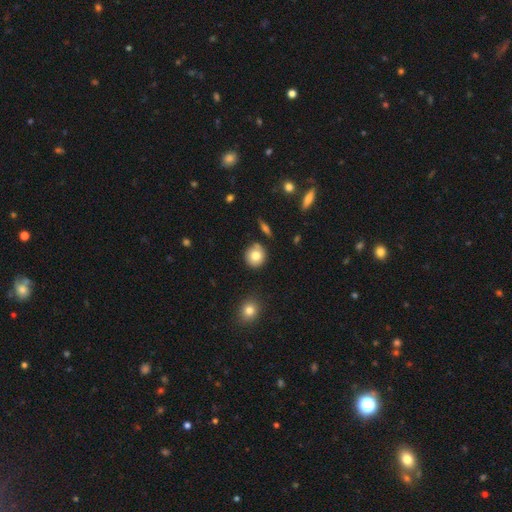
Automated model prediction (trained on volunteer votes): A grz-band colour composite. It shows a smooth galaxy with no disk features (78%) that is round (88%). Merging: none (82%).